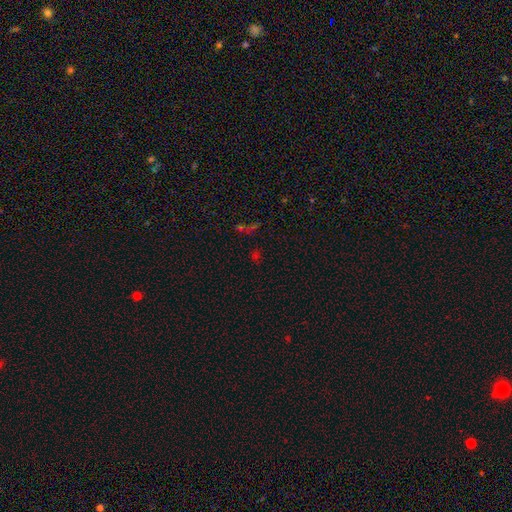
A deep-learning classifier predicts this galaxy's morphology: Smooth or featured? Predicted: star or artifact (p=0.56).